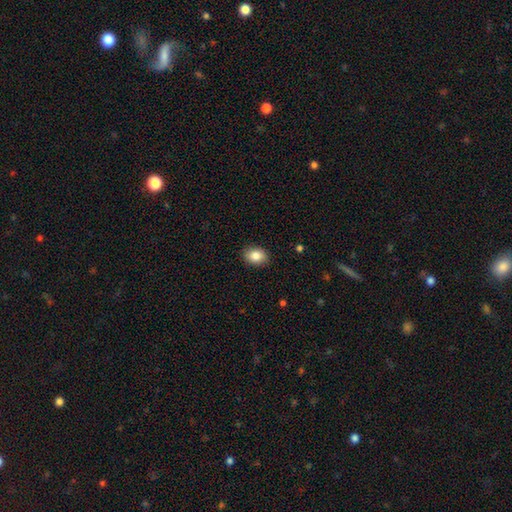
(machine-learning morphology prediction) Smooth or featured?
  - smooth: 85% *
  - star or artifact: 8%
  - featured or disk: 7%
How rounded?
  - in between: 69% *
  - round: 30%
  - cigar-shaped: 1%
Merging?
  - none: 88% *
  - minor disturbance: 9%
  - major disturbance: 2%
  - merger: 1%